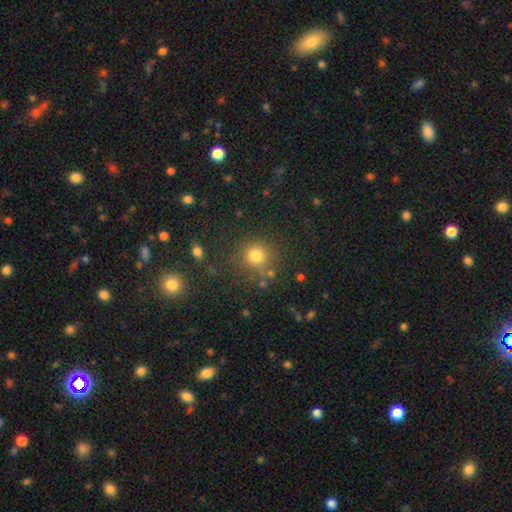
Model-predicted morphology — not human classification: Q: Smooth or featured?
A: smooth (78%); runner-up: star or artifact (16%)
Q: How rounded?
A: round (90%); runner-up: in between (9%)
Q: Merging?
A: none (75%); runner-up: minor disturbance (12%)